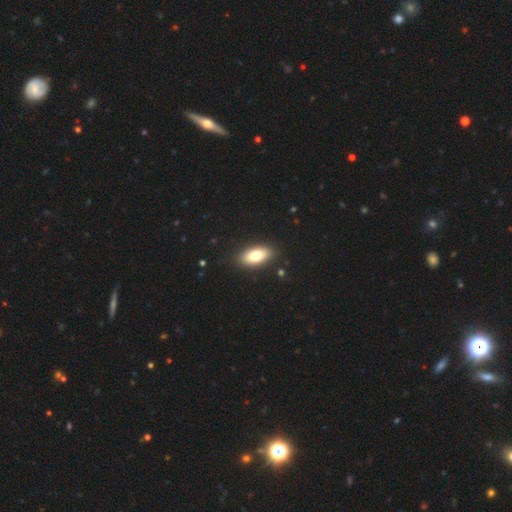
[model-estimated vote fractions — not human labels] Smooth or featured? smooth (76%)
How rounded? in between (87%)
Merging? none (88%)